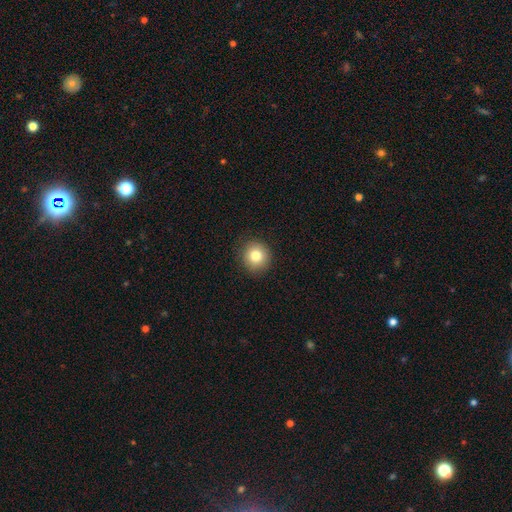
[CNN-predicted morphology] smooth 80%, star or artifact 11%, featured or disk 9%. Down the decision tree: how rounded — round (92%); merging — none (90%).